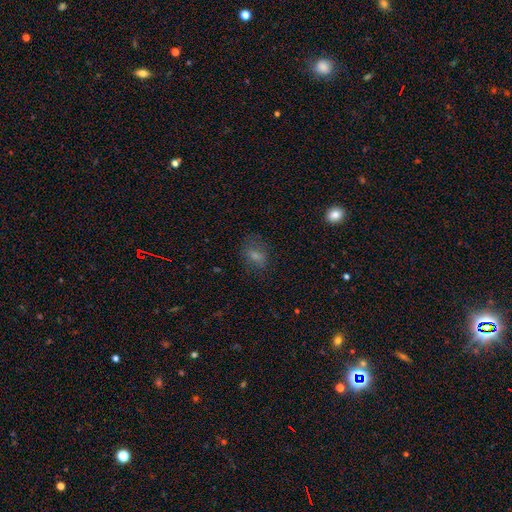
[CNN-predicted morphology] Overall: smooth (69%). How rounded: in between (70%). Merging: none (66%).